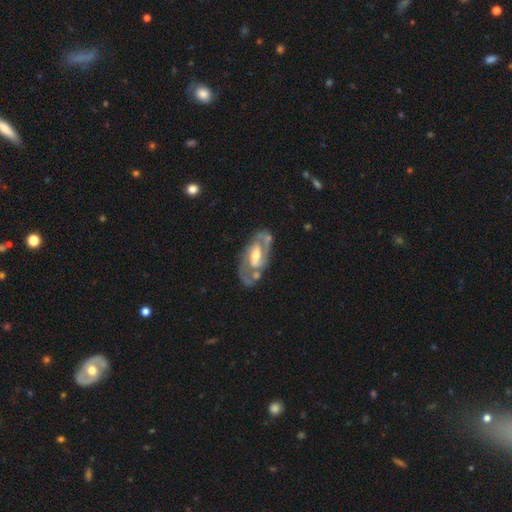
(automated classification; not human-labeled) The model was most divided on "bar": weak: 45%, strong: 32%, no: 24%. Remaining: edge-on disk — no (94%); spiral arms — yes (88%); smooth or featured — featured or disk (84%); spiral arm count — 2 (81%); merging — none (65%); bulge size — moderate (63%); spiral winding — medium (49%).